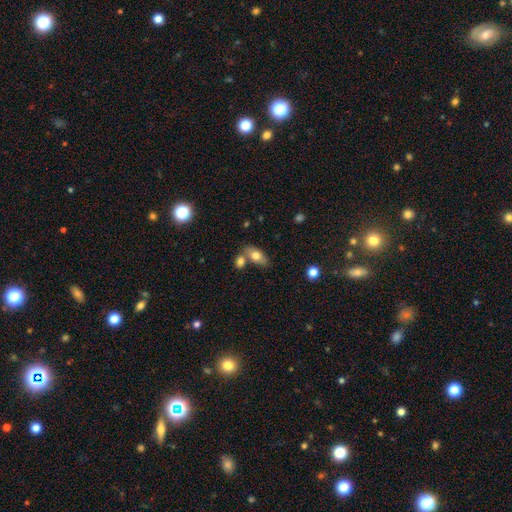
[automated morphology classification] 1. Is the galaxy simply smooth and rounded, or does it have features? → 73% smooth, 19% featured or disk, 7% star or artifact.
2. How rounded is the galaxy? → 86% in between, 8% cigar-shaped, 6% round.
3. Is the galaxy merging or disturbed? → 54% none, 30% merger, 13% minor disturbance, 4% major disturbance.